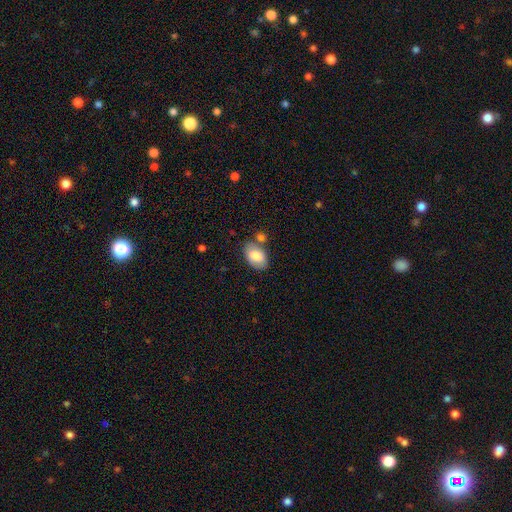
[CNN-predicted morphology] Smooth or featured: smooth — 79% (featured or disk — 14%)
How rounded: in between — 91% (round — 8%)
Merging: none — 65% (minor disturbance — 16%)